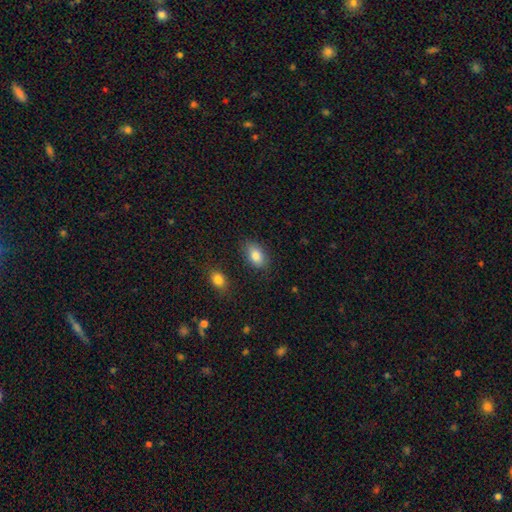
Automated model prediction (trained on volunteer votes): smooth 84%, featured or disk 8%, star or artifact 8%. Down the decision tree: how rounded — in between (87%); merging — none (81%).